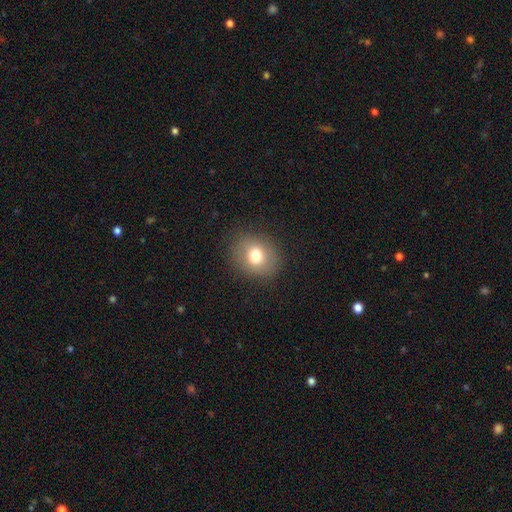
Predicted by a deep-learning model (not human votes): Smooth or featured? smooth (75%)
How rounded? round (63%)
Merging? none (85%)